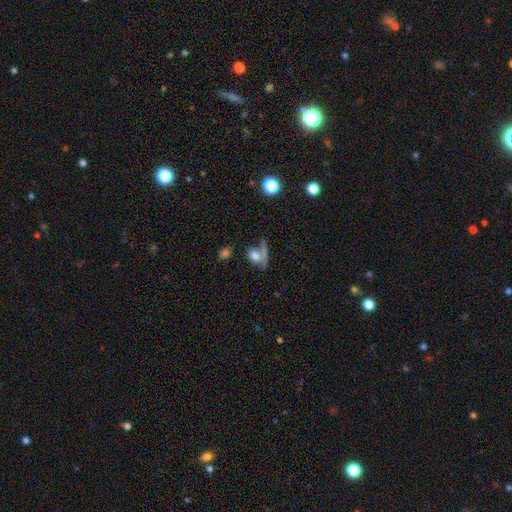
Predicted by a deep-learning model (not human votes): Overall: smooth (69%). How rounded: in between (69%). Merging: merger (35%; none 33%).